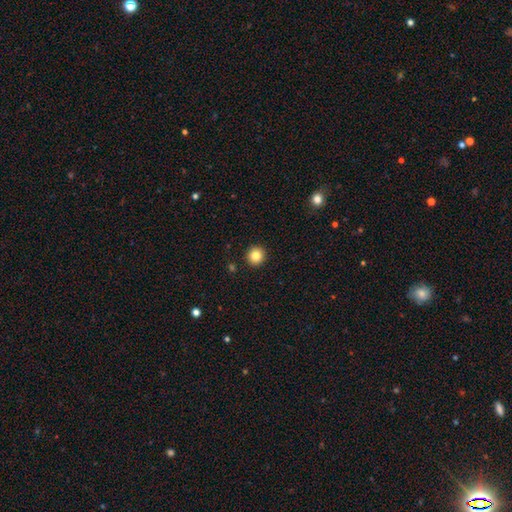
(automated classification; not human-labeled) Q: Smooth or featured?
A: smooth (84%); runner-up: star or artifact (10%)
Q: How rounded?
A: round (95%); runner-up: in between (4%)
Q: Merging?
A: none (93%); runner-up: minor disturbance (5%)